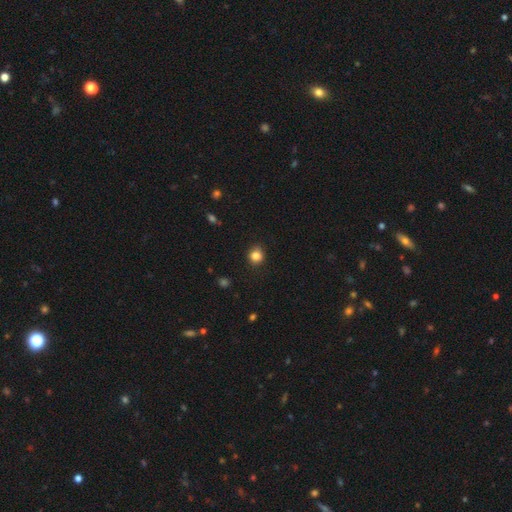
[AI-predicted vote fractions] smooth-or-featured: smooth: 84% | star or artifact: 11% | featured or disk: 5%
  how-rounded: round: 82% | in between: 17% | cigar-shaped: 1%
  merging: none: 85% | minor disturbance: 11% | major disturbance: 2% | merger: 1%